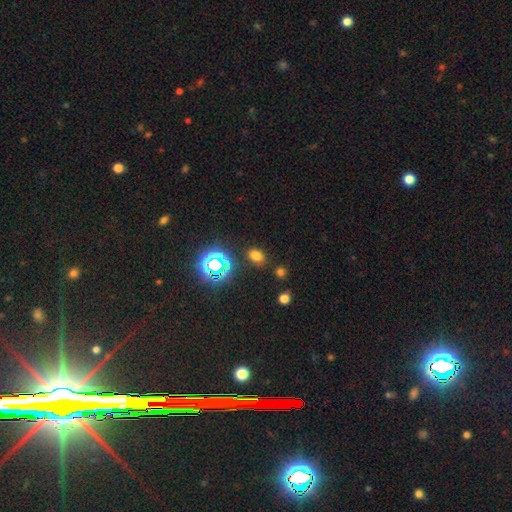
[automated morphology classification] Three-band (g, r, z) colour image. It shows a smooth galaxy with no disk features (68%) that is in between round and cigar-shaped (74%). Merging: none (82%).